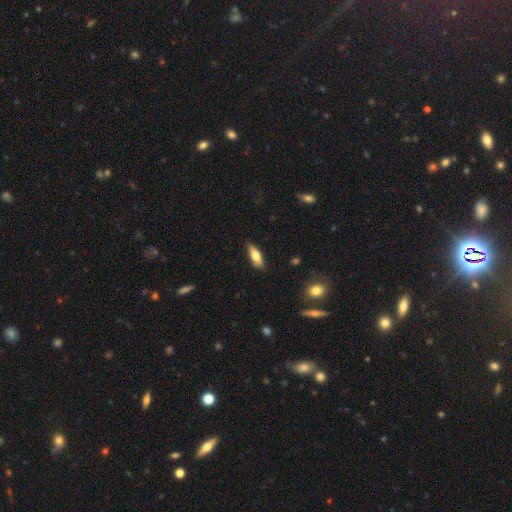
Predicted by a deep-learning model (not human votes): Smooth or featured: smooth — 71% (featured or disk — 22%)
How rounded: in between — 59% (cigar-shaped — 39%)
Merging: none — 83% (minor disturbance — 13%)